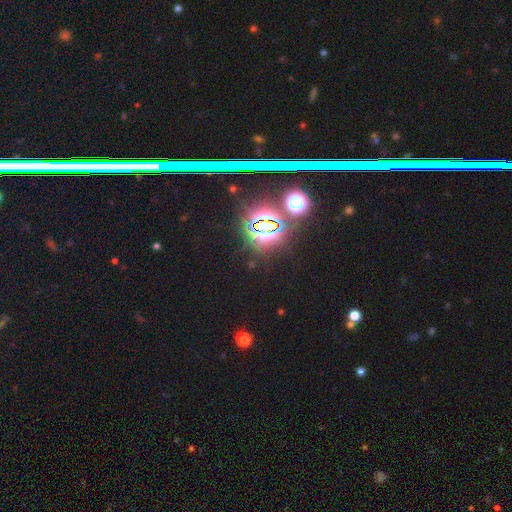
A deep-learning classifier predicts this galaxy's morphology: A star or artifact, not a galaxy (65%).